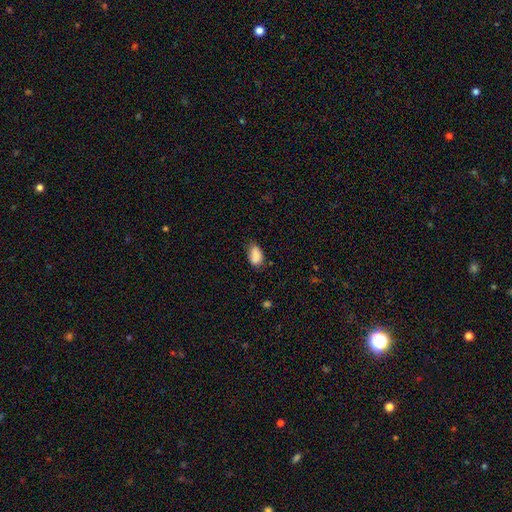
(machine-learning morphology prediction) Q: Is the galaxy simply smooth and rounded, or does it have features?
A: smooth — 87%.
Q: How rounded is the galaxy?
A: in between — 91%.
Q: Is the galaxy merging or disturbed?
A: none — 66%.